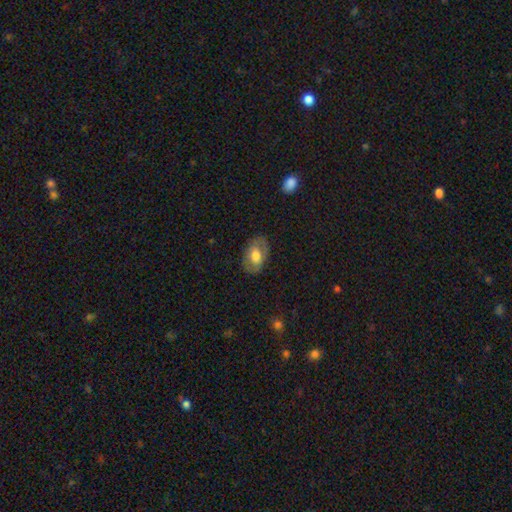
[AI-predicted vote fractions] Smooth or featured? Predicted: smooth (p=0.58). How rounded? Predicted: in between (p=0.89). Merging? Predicted: none (p=0.79).